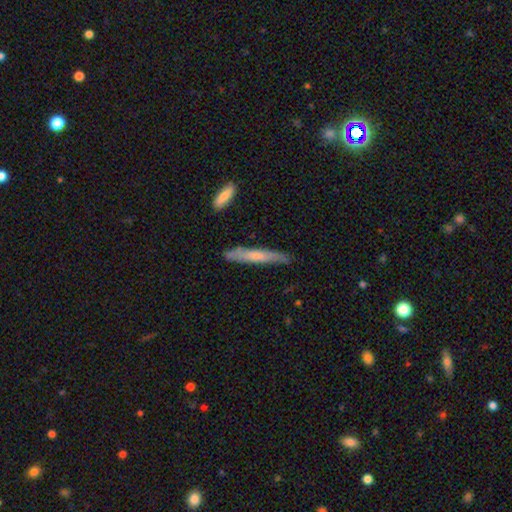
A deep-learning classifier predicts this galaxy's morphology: This is possibly a smooth galaxy (59%). How rounded: clearly cigar-shaped (94%). Merging: likely none (79%).